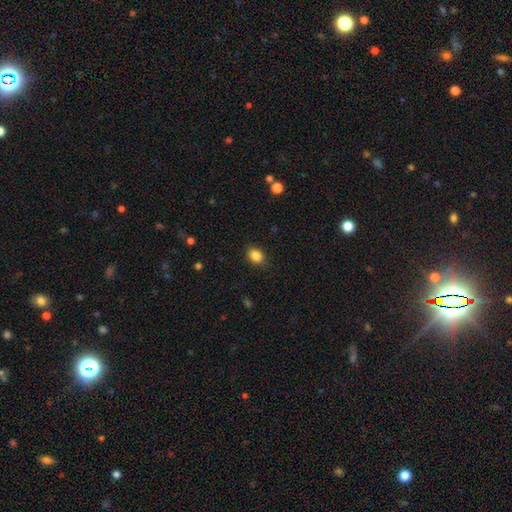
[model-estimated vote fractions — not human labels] This is clearly a smooth galaxy (86%). How rounded: likely in between (63%). Merging: clearly none (86%).